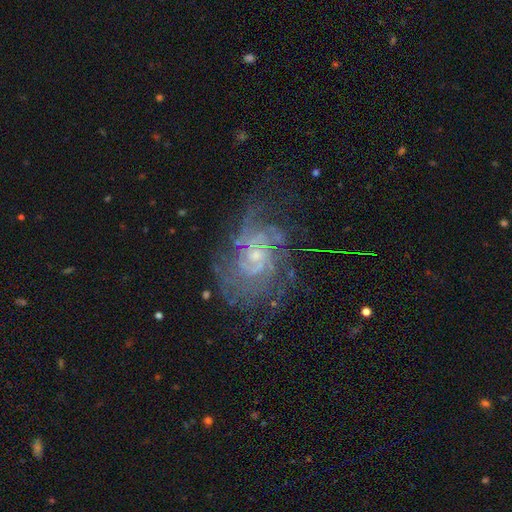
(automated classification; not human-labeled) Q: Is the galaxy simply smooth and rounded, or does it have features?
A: featured or disk — 83%.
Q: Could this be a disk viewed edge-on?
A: no — 97%.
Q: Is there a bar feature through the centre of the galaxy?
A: no — 66%.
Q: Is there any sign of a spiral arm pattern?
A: yes — 94%.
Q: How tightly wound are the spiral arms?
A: tight — 59%.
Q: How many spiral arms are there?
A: can't tell — 37%.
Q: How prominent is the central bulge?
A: small — 70%.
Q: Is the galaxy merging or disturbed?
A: none — 67%.